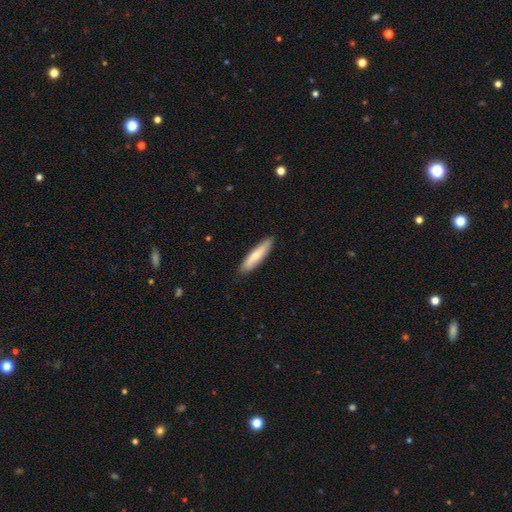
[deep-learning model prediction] Smooth or featured?
  - smooth: 72% *
  - featured or disk: 23%
  - star or artifact: 5%
How rounded?
  - cigar-shaped: 80% *
  - in between: 19%
  - round: 1%
Merging?
  - none: 87% *
  - minor disturbance: 10%
  - major disturbance: 2%
  - merger: 1%